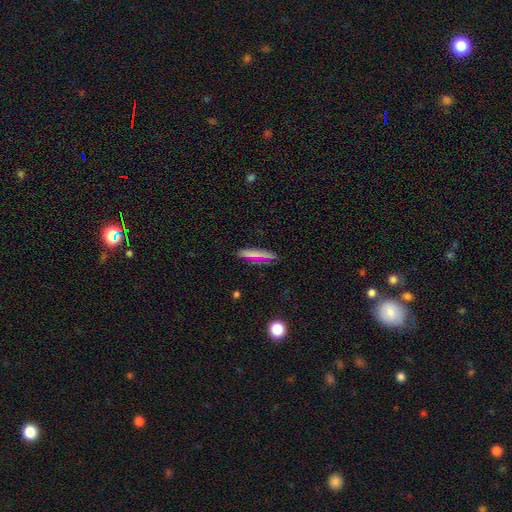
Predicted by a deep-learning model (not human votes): A smooth galaxy with no disk features (72%) that is cigar-shaped (87%). Merging: none (84%).